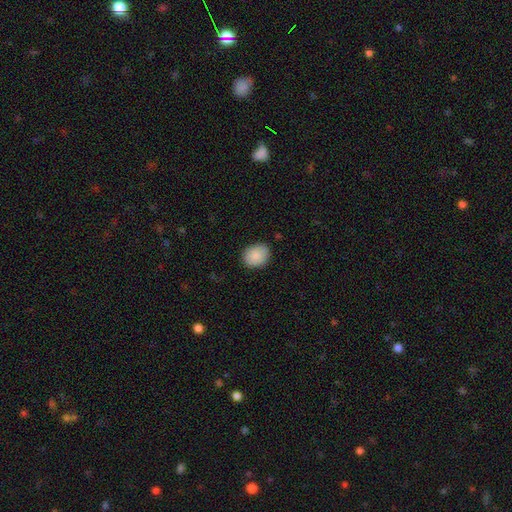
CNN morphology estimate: Overall: smooth (88%). How rounded: round (50%; in between 49%). Merging: none (84%).